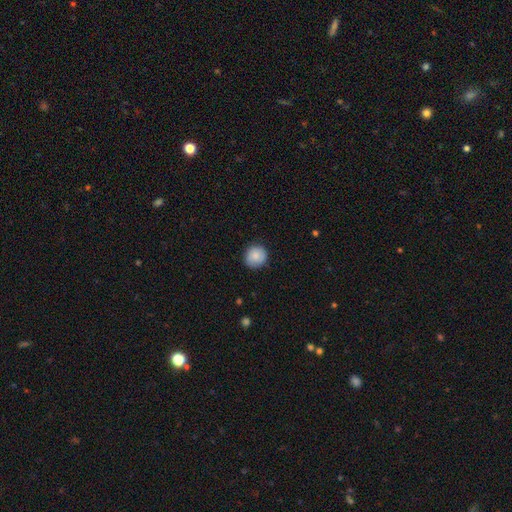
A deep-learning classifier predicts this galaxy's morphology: Overall: smooth (85%). How rounded: round (88%). Merging: none (84%).